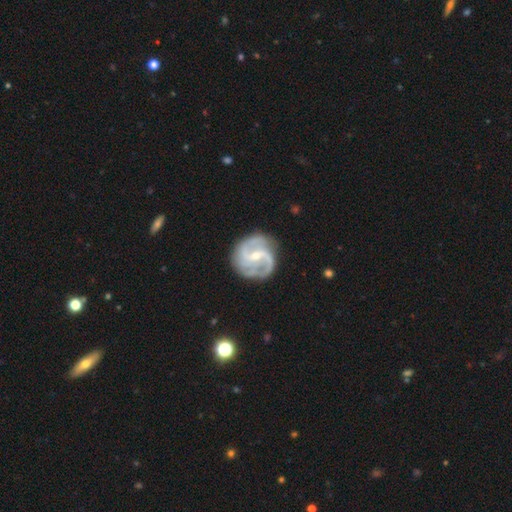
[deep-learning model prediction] featured or disk 91%, smooth 5%, star or artifact 4%. Down the decision tree: edge-on disk — no (98%); bar — weak (47%); spiral arms — yes (98%); spiral arm count — 2 (46%); spiral winding — medium (54%); bulge size — small (62%); merging — none (78%).